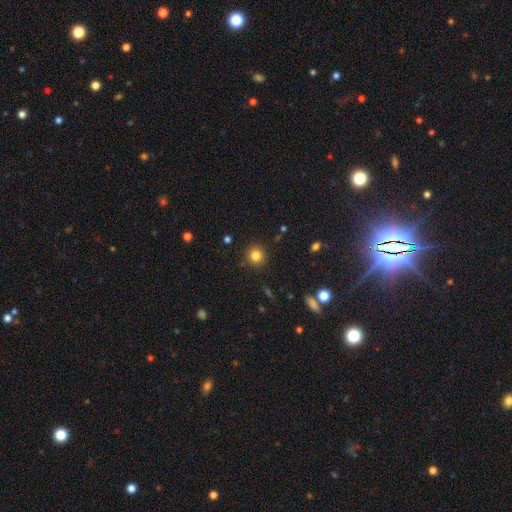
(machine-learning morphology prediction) This is clearly a smooth galaxy (82%). How rounded: clearly round (92%). Merging: clearly none (88%).